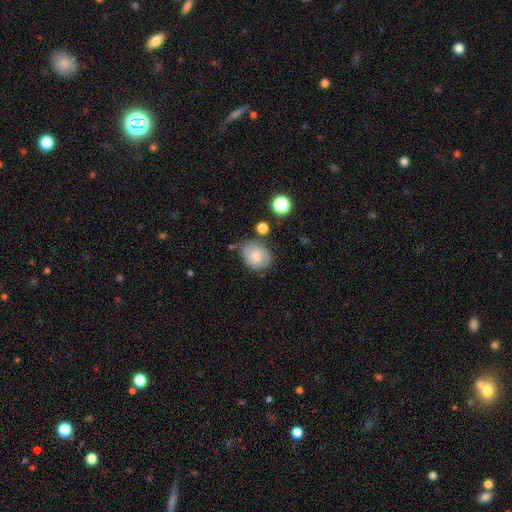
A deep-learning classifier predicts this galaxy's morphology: Smooth or featured? smooth (70%)
How rounded? round (54%)
Merging? none (63%)